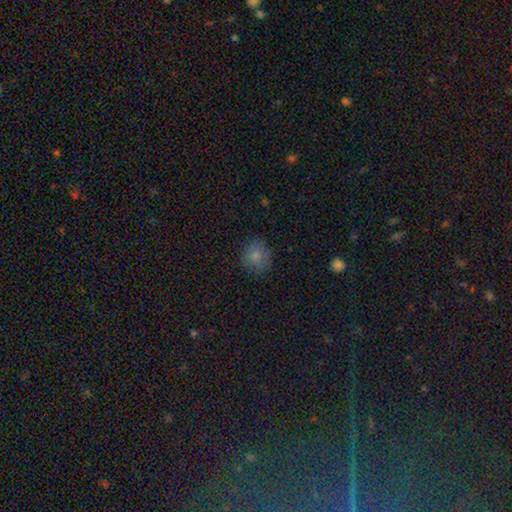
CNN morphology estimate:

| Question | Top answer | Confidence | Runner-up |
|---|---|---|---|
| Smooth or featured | smooth | 82% | star or artifact (11%) |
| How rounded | round | 79% | in between (20%) |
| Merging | none | 83% | minor disturbance (13%) |